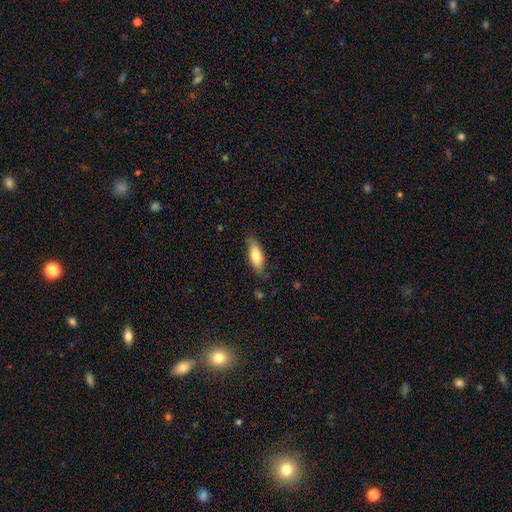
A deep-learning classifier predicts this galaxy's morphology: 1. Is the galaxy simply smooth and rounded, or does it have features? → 70% smooth, 24% featured or disk, 6% star or artifact.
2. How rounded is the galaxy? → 78% in between, 19% cigar-shaped, 2% round.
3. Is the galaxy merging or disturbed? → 75% none, 20% minor disturbance, 4% major disturbance, 1% merger.